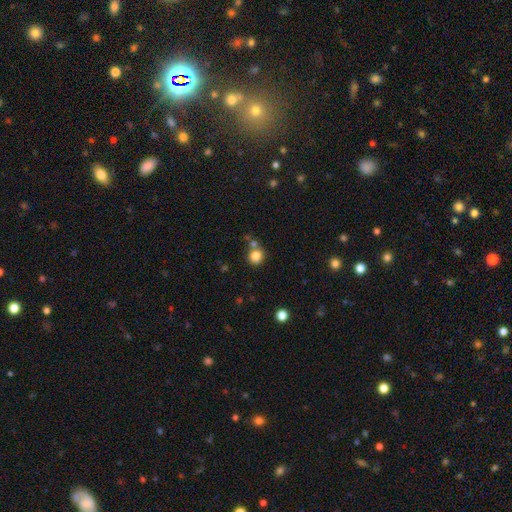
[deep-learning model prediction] Q: Smooth or featured?
A: smooth (82%); runner-up: star or artifact (11%)
Q: How rounded?
A: round (88%); runner-up: in between (11%)
Q: Merging?
A: none (65%); runner-up: merger (21%)